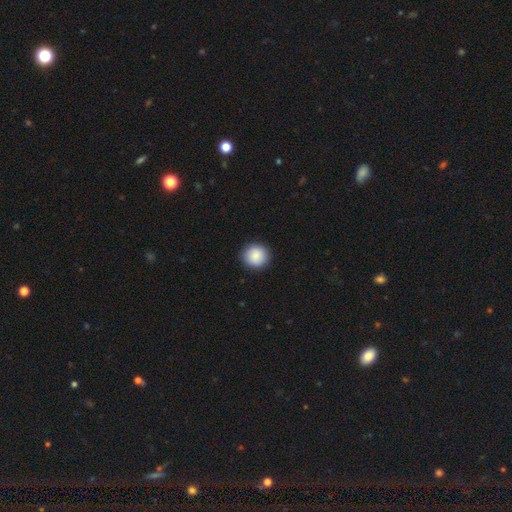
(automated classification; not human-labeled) Smooth or featured? smooth (88%)
How rounded? round (92%)
Merging? none (91%)